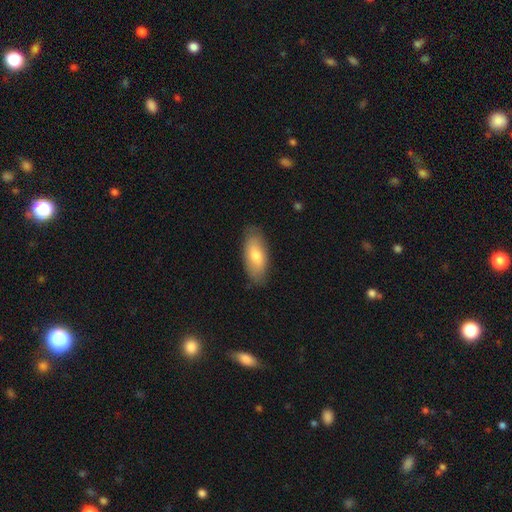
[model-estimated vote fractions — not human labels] Overall: smooth (71%). How rounded: in between (81%). Merging: none (85%).